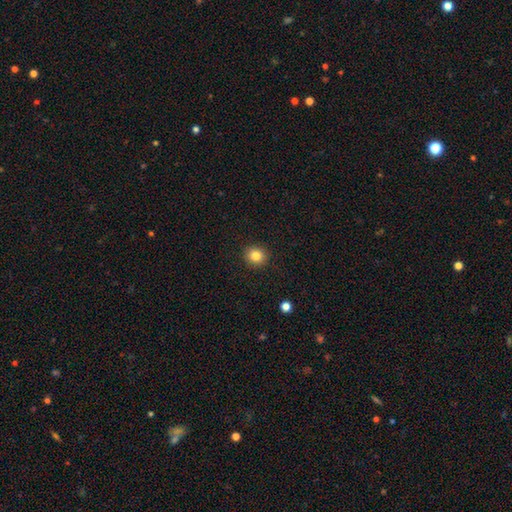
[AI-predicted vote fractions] This appears to be a smooth galaxy with no disk features (83%) that is round (88%). Merging: none (92%).